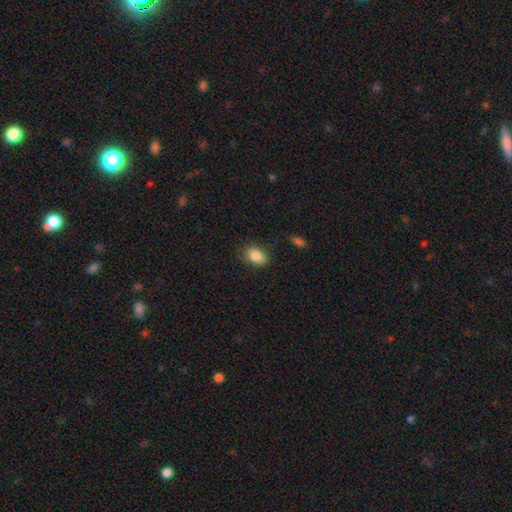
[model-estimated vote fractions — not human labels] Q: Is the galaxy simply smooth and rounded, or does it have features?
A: smooth — 84%.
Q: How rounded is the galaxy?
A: in between — 85%.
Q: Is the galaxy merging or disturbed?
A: none — 79%.